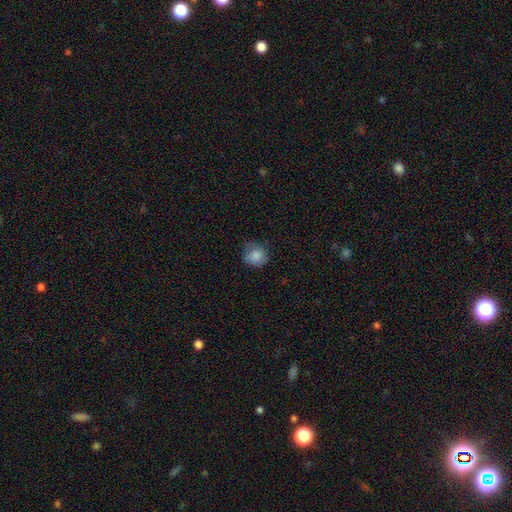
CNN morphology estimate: A smooth galaxy with no disk features (83%) that is round (84%). Merging: none (69%).